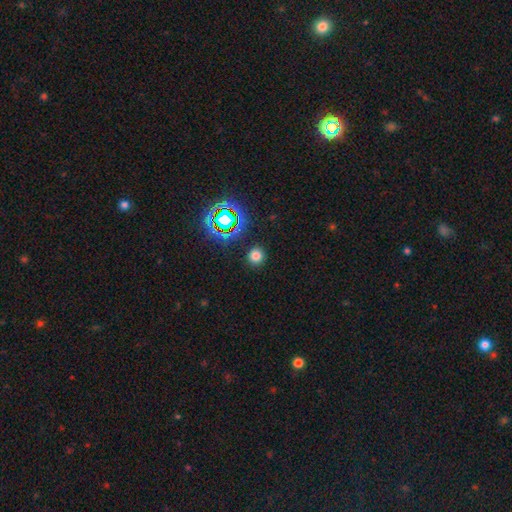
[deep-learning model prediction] This is likely a smooth galaxy (73%). How rounded: clearly round (90%). Merging: clearly none (90%).